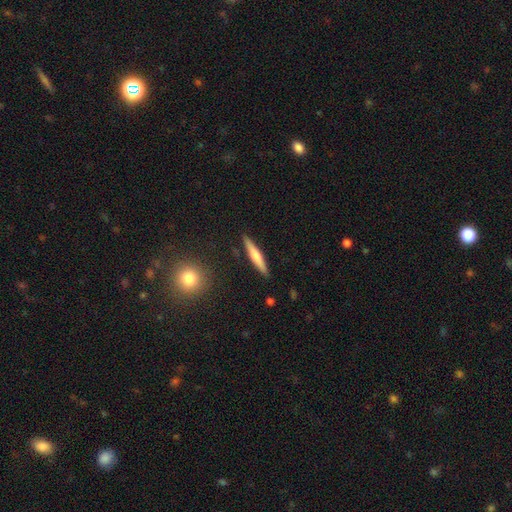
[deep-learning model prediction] Overall: smooth (55%; featured or disk 39%). How rounded: cigar-shaped (91%). Merging: none (90%).